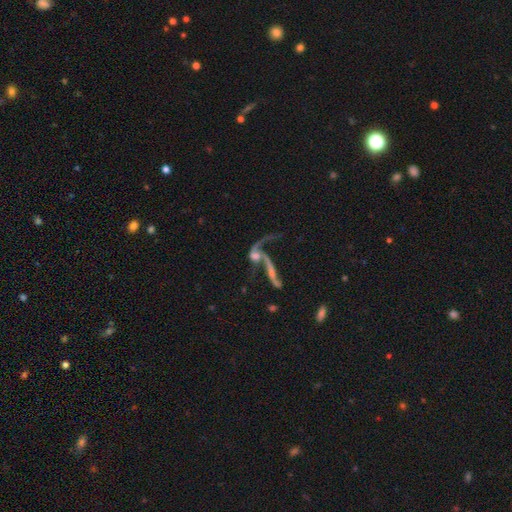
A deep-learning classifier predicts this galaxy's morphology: type=featured or disk (68%); edge-on=no (83%); bar=no (65%); spiral arms=yes (72%); bulge=none (31%); merging=merger (49%).